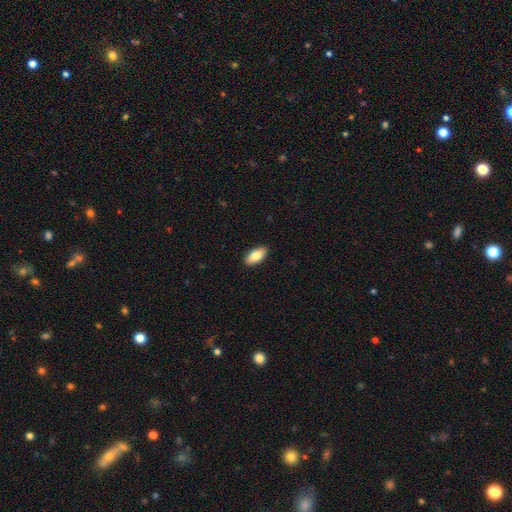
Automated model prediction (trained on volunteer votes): A smooth galaxy with no disk features (83%) that is in between round and cigar-shaped (90%). Merging: none (90%).